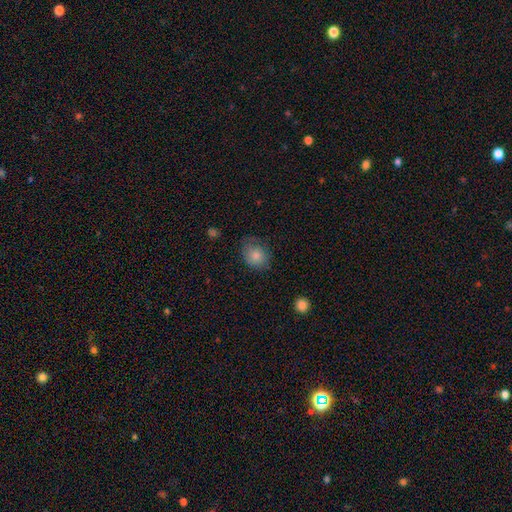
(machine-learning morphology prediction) A smooth galaxy with no disk features (81%) that is round (55%).

Vote fractions:
- Smooth or featured? smooth: 81% / featured or disk: 11% / star or artifact: 8%
- How rounded? round: 55% / in between: 44% / cigar-shaped: 1%
- Merging? none: 65% / minor disturbance: 26% / major disturbance: 8% / merger: 1%